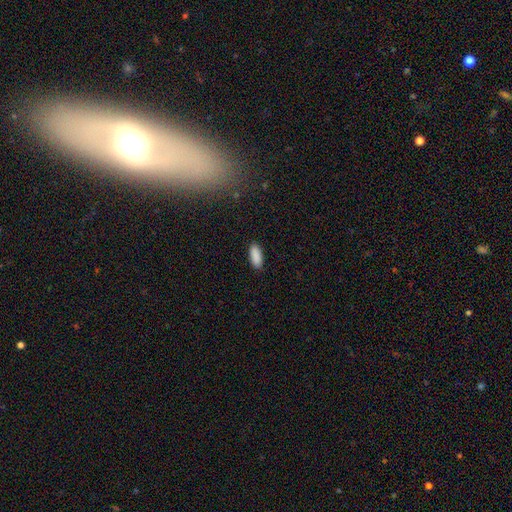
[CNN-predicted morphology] Q: Smooth or featured?
A: smooth (90%); runner-up: star or artifact (7%)
Q: How rounded?
A: in between (77%); runner-up: cigar-shaped (21%)
Q: Merging?
A: none (89%); runner-up: minor disturbance (8%)